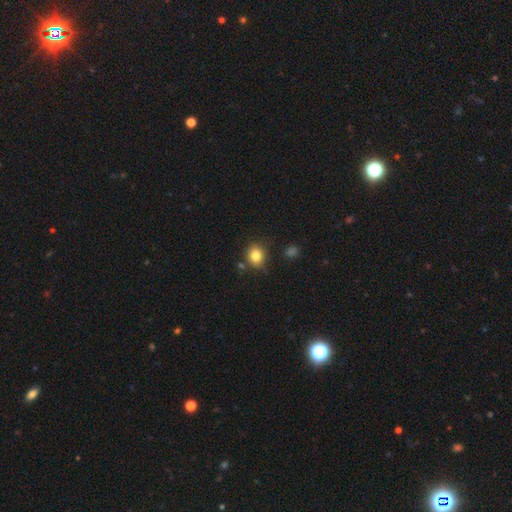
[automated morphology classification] Overall: smooth (83%). How rounded: round (73%). Merging: none (81%).